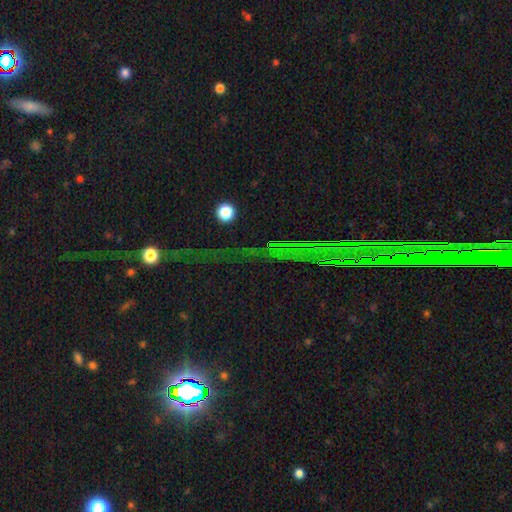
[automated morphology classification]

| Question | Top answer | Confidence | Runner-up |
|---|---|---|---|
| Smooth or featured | star or artifact | 81% | smooth (10%) |